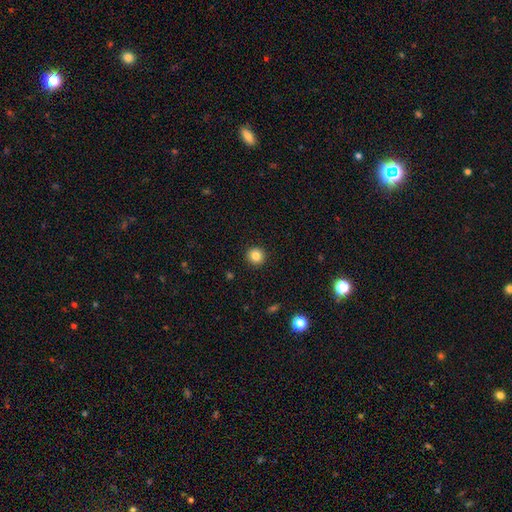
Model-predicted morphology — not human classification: Overall: smooth (84%). How rounded: round (94%). Merging: none (93%).